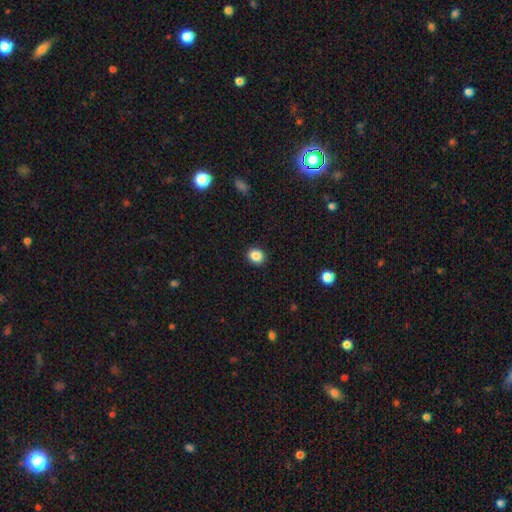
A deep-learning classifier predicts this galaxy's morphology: Smooth or featured: smooth — 87% (star or artifact — 10%)
How rounded: round — 73% (in between — 26%)
Merging: none — 91% (minor disturbance — 6%)